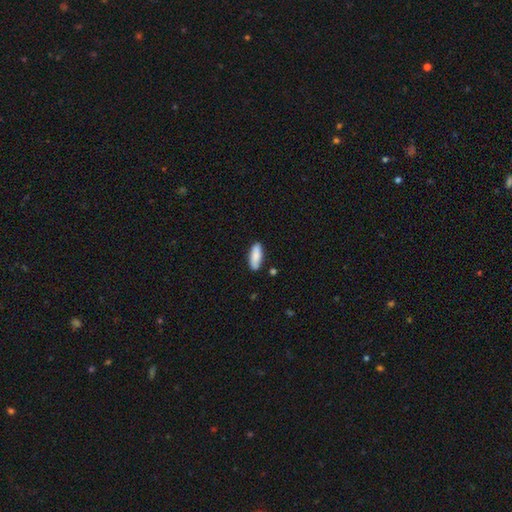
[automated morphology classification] Overall: smooth (85%). How rounded: in between (69%). Merging: none (84%).